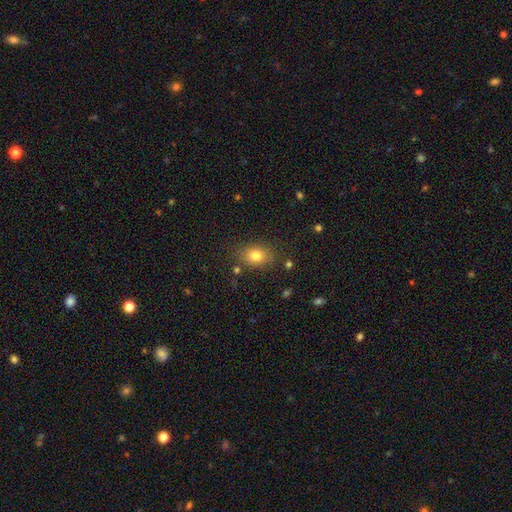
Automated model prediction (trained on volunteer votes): Q: Smooth or featured?
A: smooth (79%); runner-up: star or artifact (12%)
Q: How rounded?
A: in between (67%); runner-up: round (31%)
Q: Merging?
A: none (81%); runner-up: minor disturbance (12%)